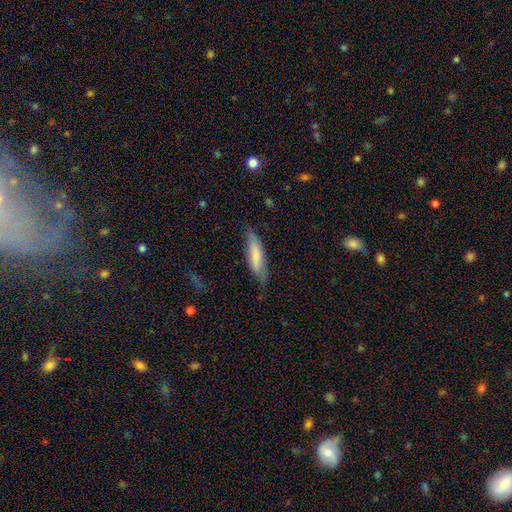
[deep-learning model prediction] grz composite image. It shows a smooth galaxy with no disk features (71%) that is cigar-shaped (67%). Merging: none (69%).